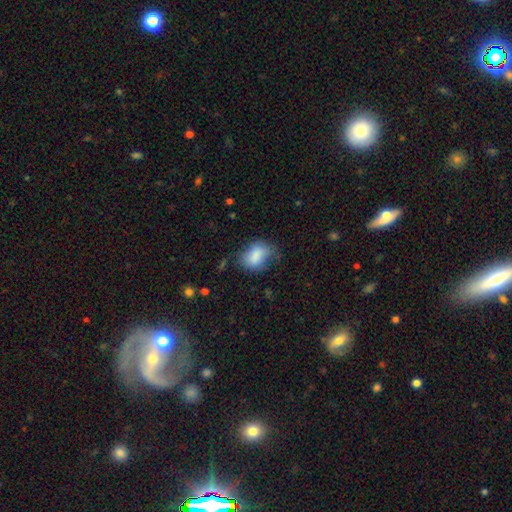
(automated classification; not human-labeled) Smooth or featured? Predicted: smooth (p=0.82). How rounded? Predicted: in between (p=0.78). Merging? Predicted: none (p=0.47).